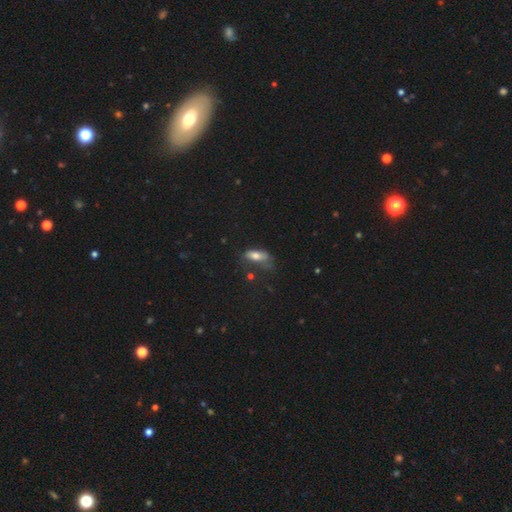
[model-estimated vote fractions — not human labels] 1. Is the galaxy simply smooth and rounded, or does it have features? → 72% smooth, 18% featured or disk, 10% star or artifact.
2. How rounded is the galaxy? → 78% in between, 18% cigar-shaped, 4% round.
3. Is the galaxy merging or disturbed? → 37% none, 30% minor disturbance, 28% major disturbance, 6% merger.